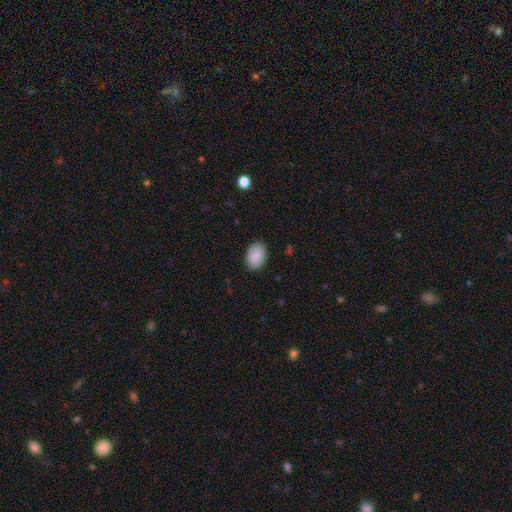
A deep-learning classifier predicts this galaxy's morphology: Overall: smooth (89%). How rounded: in between (83%). Merging: none (87%).